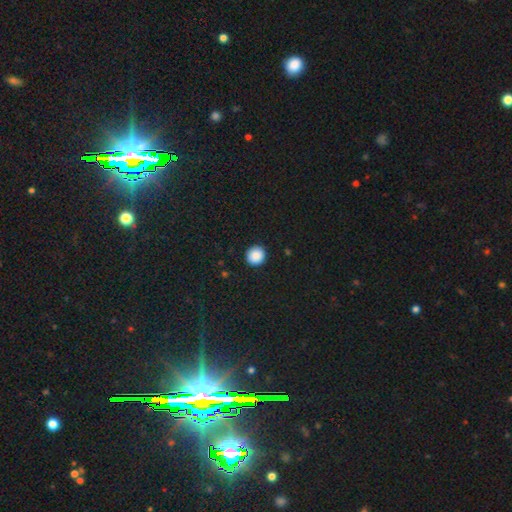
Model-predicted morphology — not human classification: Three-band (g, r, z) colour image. It shows a smooth galaxy with no disk features (88%) that is round (94%). Merging: none (92%).